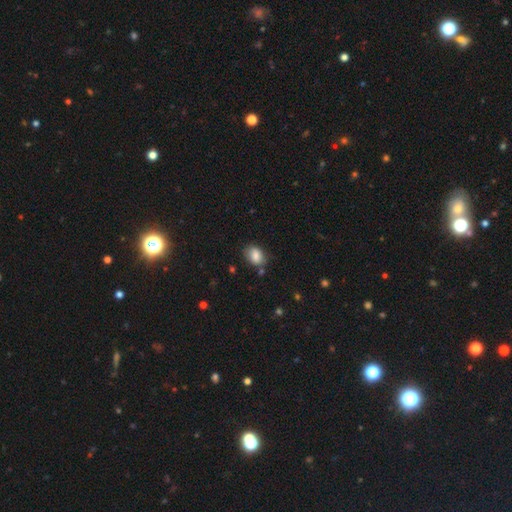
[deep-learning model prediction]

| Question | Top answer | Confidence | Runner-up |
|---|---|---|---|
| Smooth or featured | smooth | 83% | featured or disk (9%) |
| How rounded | in between | 70% | round (29%) |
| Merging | none | 73% | minor disturbance (19%) |